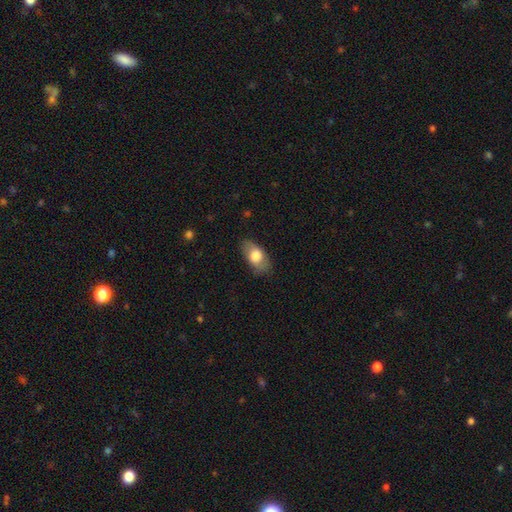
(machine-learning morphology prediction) smooth_or_featured: smooth (p=0.73) [alt: featured or disk p=0.21]
how_rounded: in between (p=0.90) [alt: round p=0.06]
merging: none (p=0.75) [alt: minor disturbance p=0.19]